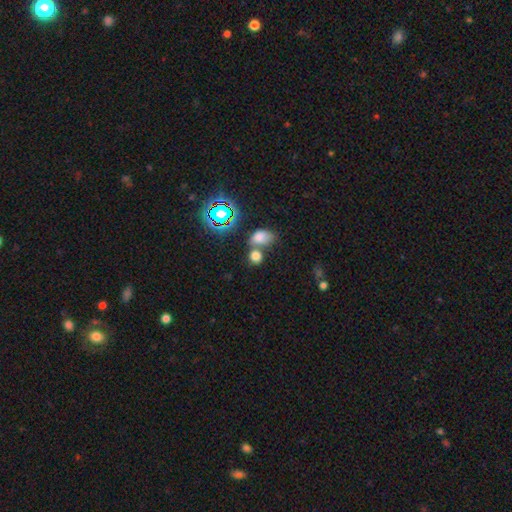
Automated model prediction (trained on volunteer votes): smooth 72%, star or artifact 19%, featured or disk 8%. Down the decision tree: how rounded — round (50%); merging — none (43%, tied with merger).